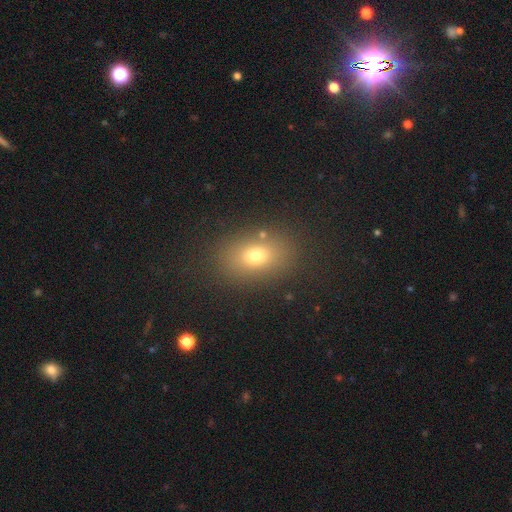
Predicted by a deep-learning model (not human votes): Overall: smooth (72%). How rounded: in between (74%). Merging: none (84%).